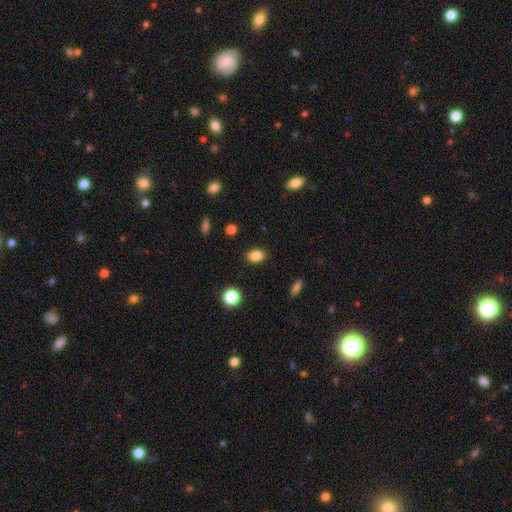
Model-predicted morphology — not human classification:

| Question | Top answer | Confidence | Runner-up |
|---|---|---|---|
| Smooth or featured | smooth | 84% | star or artifact (10%) |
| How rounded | in between | 77% | round (21%) |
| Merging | none | 86% | minor disturbance (10%) |